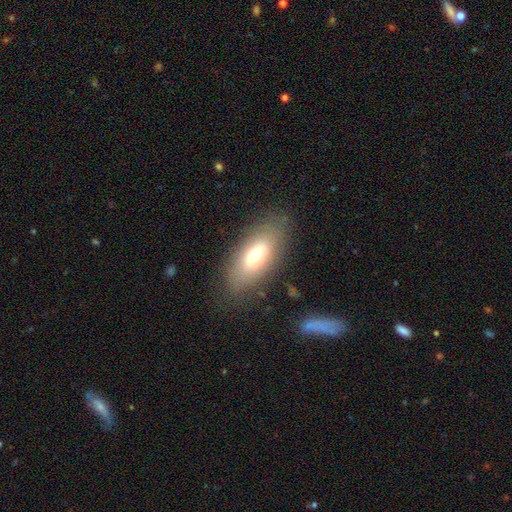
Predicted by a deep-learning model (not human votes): Smooth or featured?
  - smooth: 66% *
  - featured or disk: 26%
  - star or artifact: 8%
How rounded?
  - in between: 83% *
  - cigar-shaped: 14%
  - round: 4%
Merging?
  - none: 81% *
  - minor disturbance: 13%
  - major disturbance: 5%
  - merger: 2%